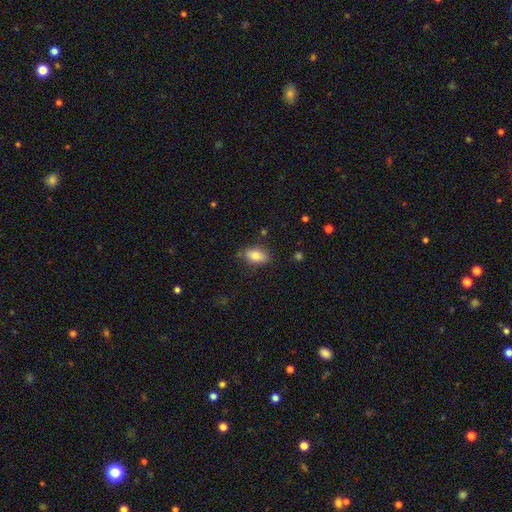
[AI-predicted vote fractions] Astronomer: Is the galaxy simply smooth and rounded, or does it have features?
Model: smooth — 80%.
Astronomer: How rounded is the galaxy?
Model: in between — 88%.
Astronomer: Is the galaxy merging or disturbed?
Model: none — 79%.